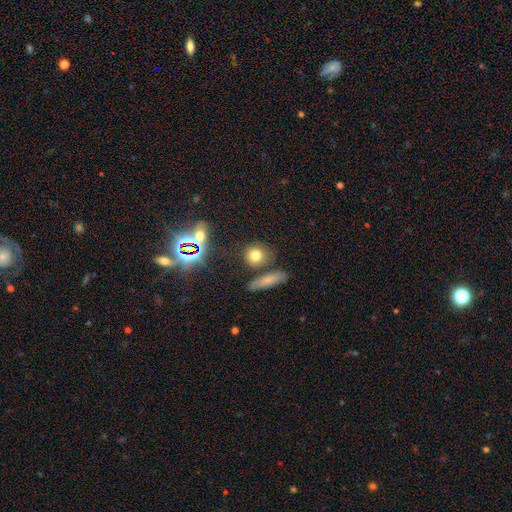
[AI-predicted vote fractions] Smooth or featured: smooth — 73% (star or artifact — 16%)
How rounded: round — 75% (in between — 20%)
Merging: none — 74% (merger — 11%)